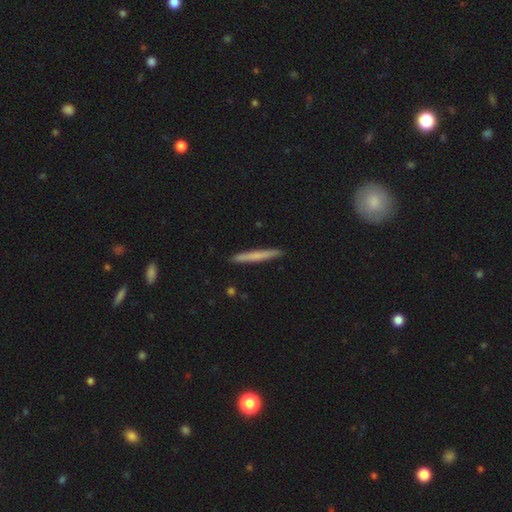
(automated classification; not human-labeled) smooth 63%, featured or disk 31%, star or artifact 6%. Down the decision tree: how rounded — cigar-shaped (96%); merging — none (91%).